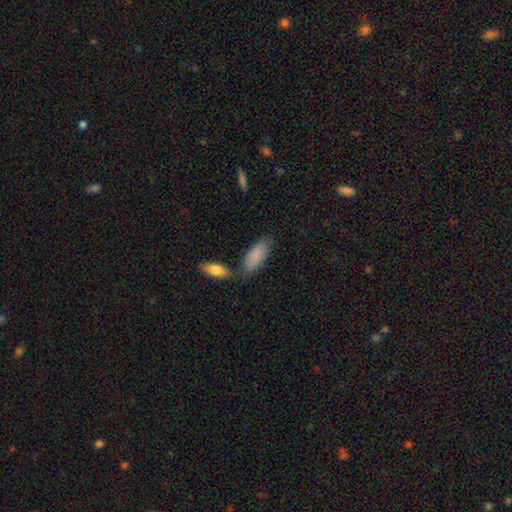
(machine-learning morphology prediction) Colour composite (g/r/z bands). It shows a smooth galaxy with no disk features (85%) that is in between round and cigar-shaped (78%). Merging: none (65%).